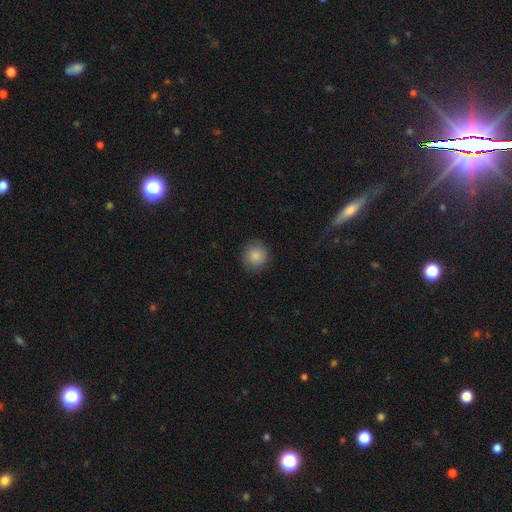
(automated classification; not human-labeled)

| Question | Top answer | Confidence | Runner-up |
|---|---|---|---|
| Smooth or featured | smooth | 86% | star or artifact (8%) |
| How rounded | round | 92% | in between (7%) |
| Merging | none | 86% | minor disturbance (11%) |